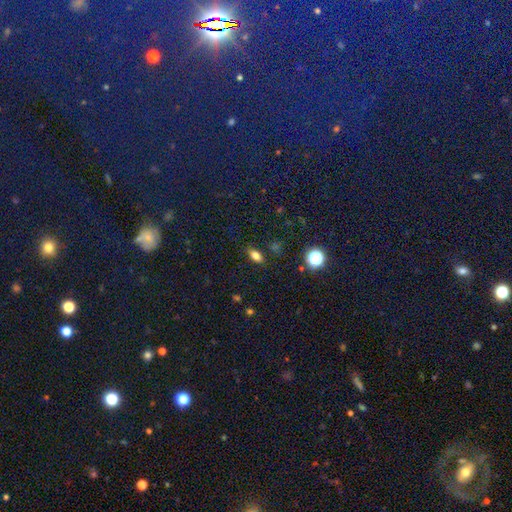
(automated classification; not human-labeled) The model was most divided on "smooth or featured": smooth: 73%, star or artifact: 15%, featured or disk: 13%. More confident: merging — none (85%); how rounded — in between (80%).